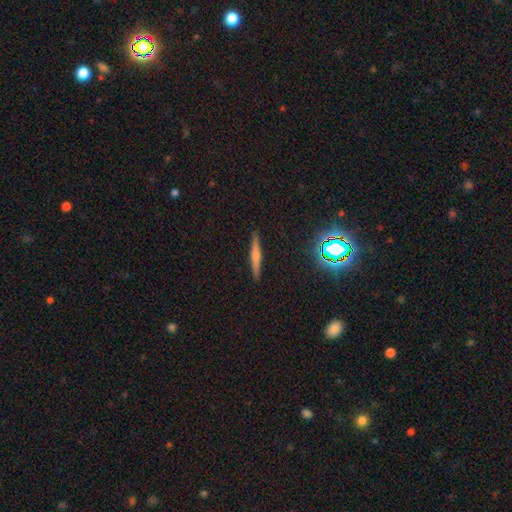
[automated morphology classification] Smooth or featured: featured or disk — 48% (smooth — 41%)
Merging: none — 90% (minor disturbance — 7%)